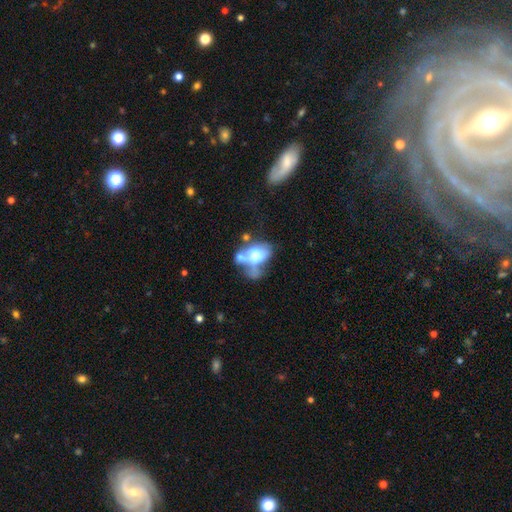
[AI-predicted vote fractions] This is possibly a smooth galaxy (50%). How rounded: clearly in between (80%). Merging: marginally merger (44%).